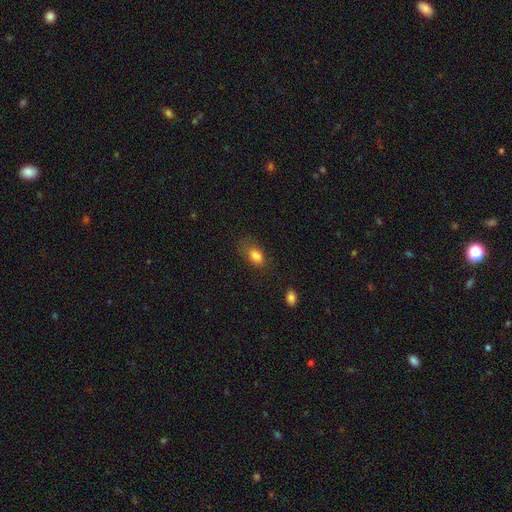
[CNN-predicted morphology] This is clearly a smooth galaxy (82%). How rounded: clearly in between (85%). Merging: likely none (64%).